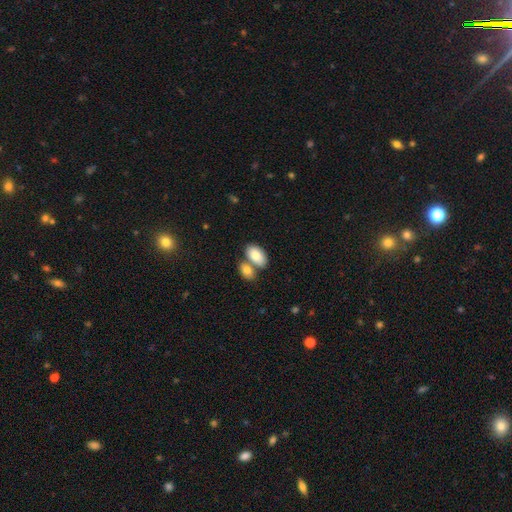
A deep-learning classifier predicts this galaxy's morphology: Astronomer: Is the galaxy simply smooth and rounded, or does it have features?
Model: smooth — 82%.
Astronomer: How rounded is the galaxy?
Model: in between — 93%.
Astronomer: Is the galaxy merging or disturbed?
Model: merger — 45% (runner-up: none, 43%).